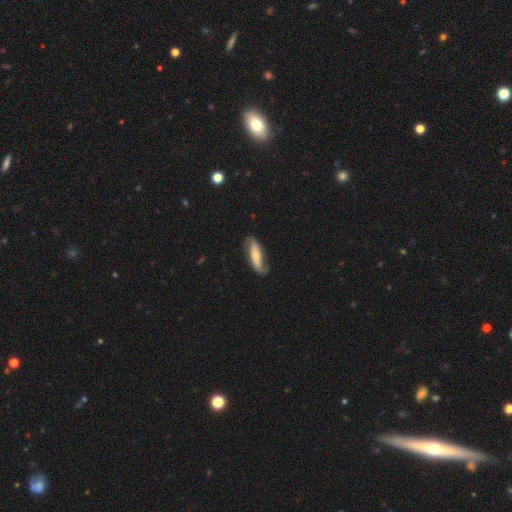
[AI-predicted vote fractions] Smooth or featured? Predicted: smooth (p=0.47, tied with featured or disk). Merging? Predicted: none (p=0.67).